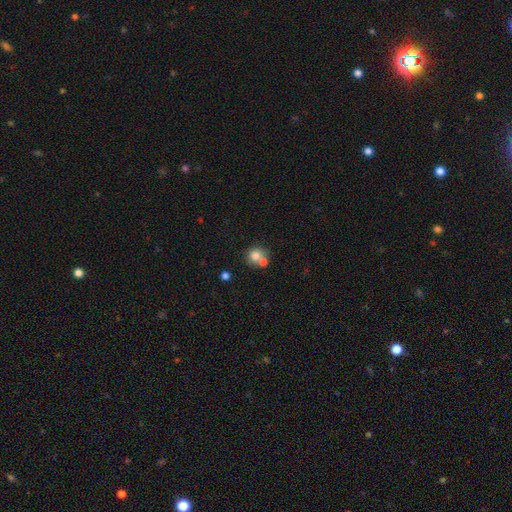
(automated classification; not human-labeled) smooth_or_featured: smooth (p=0.75) [alt: featured or disk p=0.15]
how_rounded: round (p=0.84) [alt: in between p=0.15]
merging: none (p=0.45) [alt: merger p=0.44]